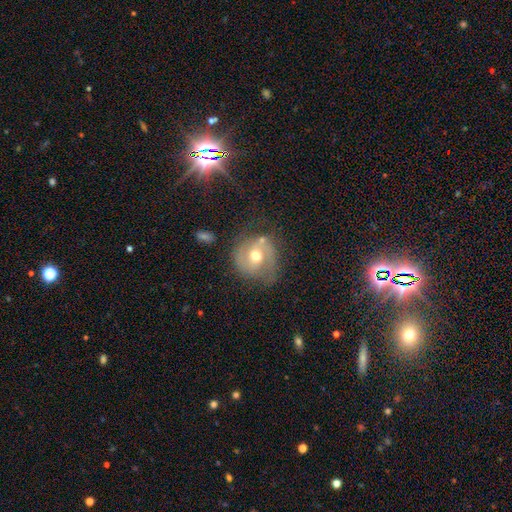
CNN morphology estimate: Smooth or featured? featured or disk (62%)
Edge-on disk? no (96%)
Bar? no (54%)
Spiral arms? yes (77%)
Bulge size? moderate (76%)
Merging? none (57%)